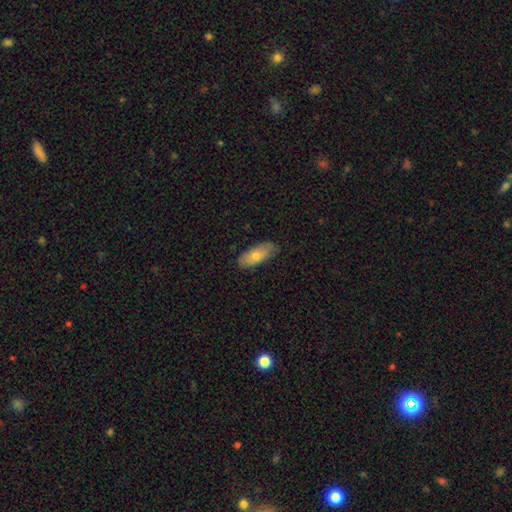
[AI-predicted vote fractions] A smooth galaxy with no disk features (71%) that is in between round and cigar-shaped (79%).

Vote fractions:
- Smooth or featured? smooth: 71% / featured or disk: 23% / star or artifact: 6%
- How rounded? in between: 79% / cigar-shaped: 19% / round: 2%
- Merging? none: 83% / minor disturbance: 14% / major disturbance: 2% / merger: 1%